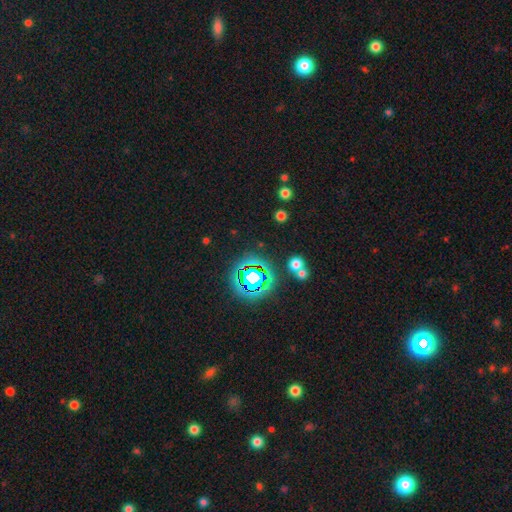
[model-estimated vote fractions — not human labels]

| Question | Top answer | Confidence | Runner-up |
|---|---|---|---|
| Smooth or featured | star or artifact | 79% | smooth (13%) |